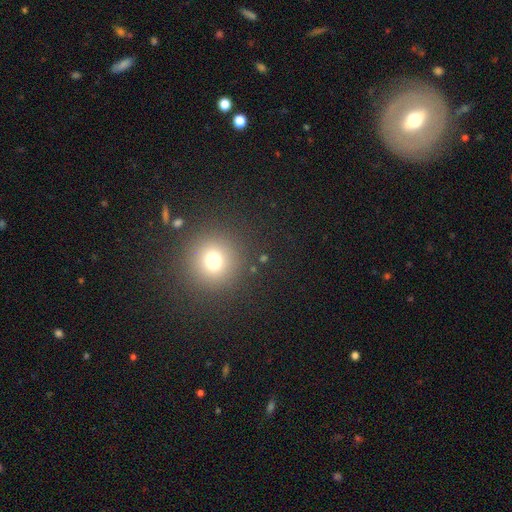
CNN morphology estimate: Q: Smooth or featured?
A: smooth (54%); runner-up: star or artifact (34%)
Q: How rounded?
A: round (95%); runner-up: in between (4%)
Q: Merging?
A: none (91%); runner-up: minor disturbance (5%)